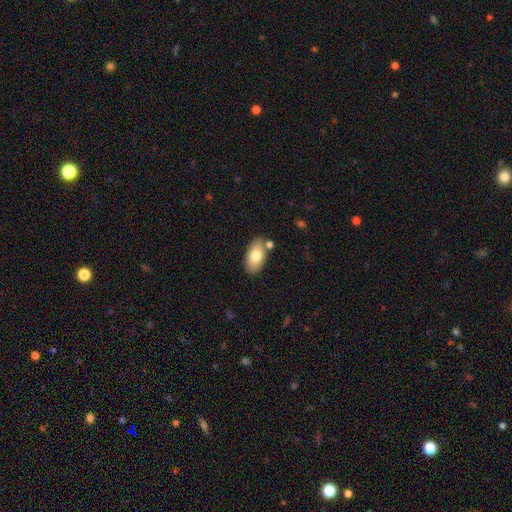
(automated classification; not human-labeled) Q: Smooth or featured?
A: smooth (76%); runner-up: featured or disk (17%)
Q: How rounded?
A: in between (93%); runner-up: round (4%)
Q: Merging?
A: none (77%); runner-up: minor disturbance (12%)